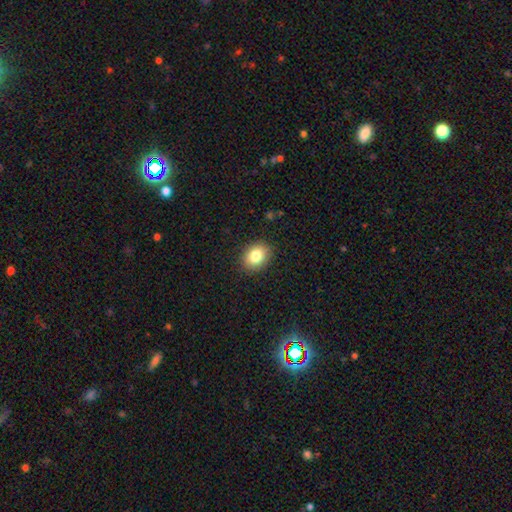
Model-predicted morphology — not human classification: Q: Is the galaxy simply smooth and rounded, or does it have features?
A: smooth — 82%.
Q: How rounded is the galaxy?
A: in between — 62%.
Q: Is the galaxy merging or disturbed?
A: none — 89%.